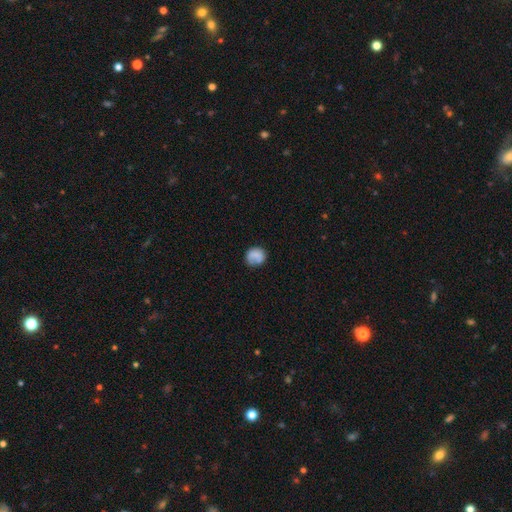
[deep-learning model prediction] Smooth or featured? smooth (74%)
How rounded? round (78%)
Merging? none (65%)